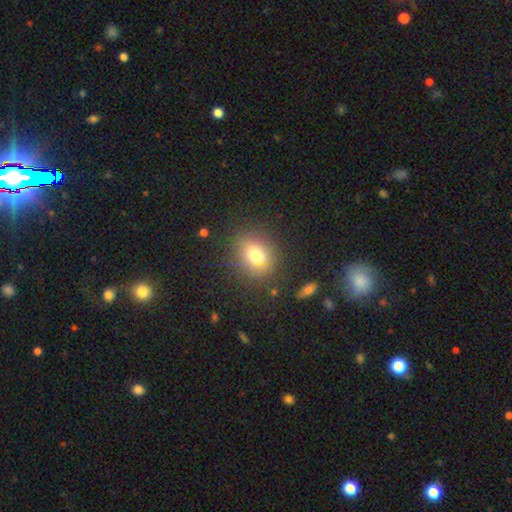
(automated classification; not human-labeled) smooth_or_featured: smooth (p=0.75) [alt: star or artifact p=0.13]
how_rounded: round (p=0.58) [alt: in between p=0.41]
merging: none (p=0.82) [alt: minor disturbance p=0.11]